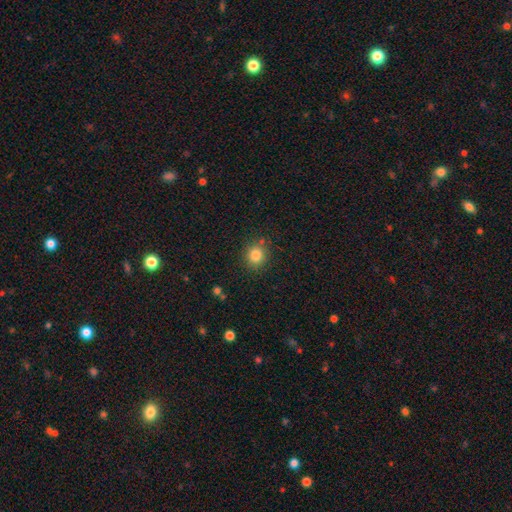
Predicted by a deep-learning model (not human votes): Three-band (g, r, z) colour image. It shows a smooth galaxy with no disk features (82%) that is round (87%). Merging: none (83%).